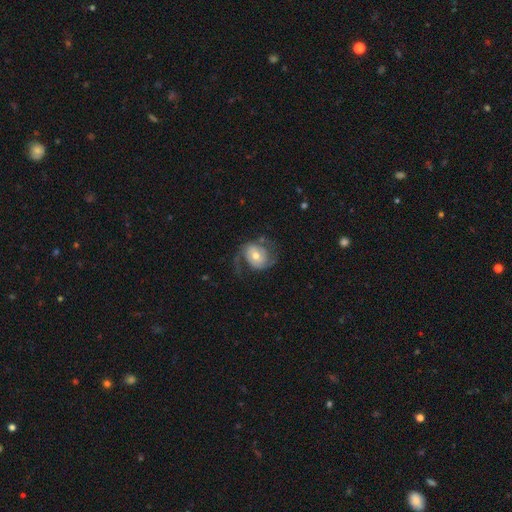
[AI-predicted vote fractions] Smooth or featured?
  - featured or disk: 73% *
  - smooth: 20%
  - star or artifact: 6%
Edge-on disk?
  - no: 97% *
  - yes: 3%
Bar?
  - no: 66% *
  - weak: 27%
  - strong: 8%
Spiral arms?
  - yes: 90% *
  - no: 10%
Spiral winding?
  - loose: 41% * (tied)
  - medium: 41% * (tied)
  - tight: 19%
Spiral arm count?
  - 2: 83% *
  - 1: 7%
  - can't tell: 6%
  - 3: 2%
  - 4: 1%
  - more than 4: 1%
Bulge size?
  - moderate: 68% *
  - small: 21%
  - large: 7%
  - dominant: 1%
  - none: 1%
Merging?
  - none: 57% *
  - major disturbance: 21%
  - minor disturbance: 19%
  - merger: 2%